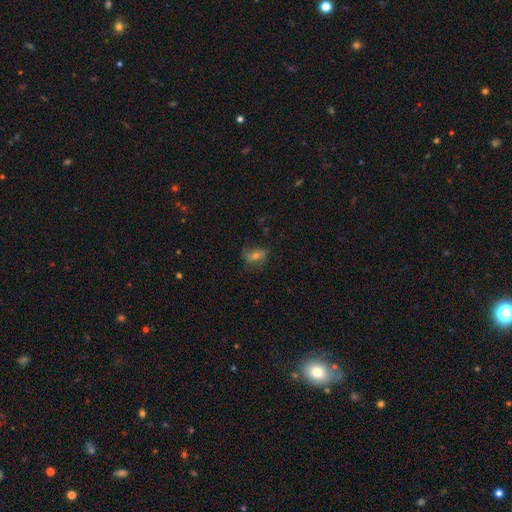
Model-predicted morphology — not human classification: A smooth galaxy with no disk features (42%). Merging: none (67%).